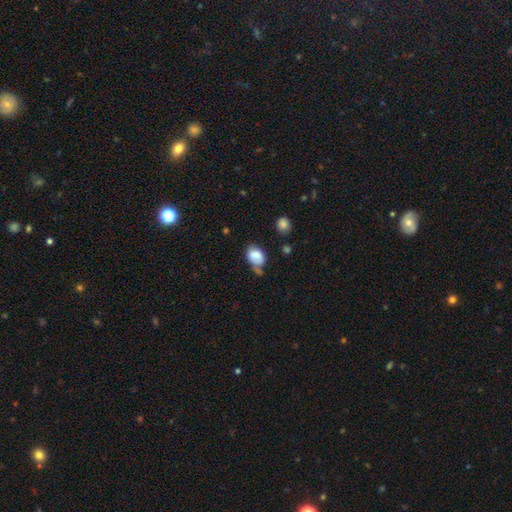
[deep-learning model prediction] This appears to be a smooth galaxy with no disk features (75%) that is in between round and cigar-shaped (78%). Merging: none (35%).